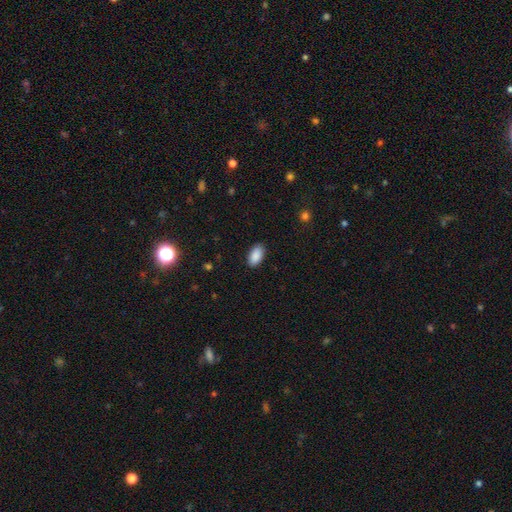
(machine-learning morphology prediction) smooth_or_featured: smooth (p=0.90) [alt: star or artifact p=0.07]
how_rounded: in between (p=0.95) [alt: round p=0.03]
merging: none (p=0.88) [alt: minor disturbance p=0.09]